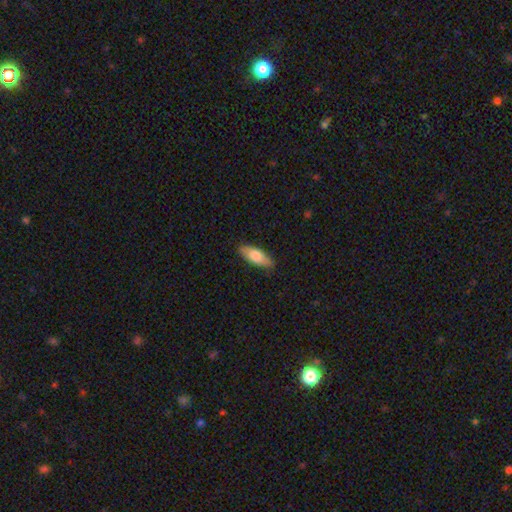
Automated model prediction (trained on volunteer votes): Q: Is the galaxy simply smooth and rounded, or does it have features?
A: smooth — 76%.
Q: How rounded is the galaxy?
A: in between — 70%.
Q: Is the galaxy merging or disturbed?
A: none — 85%.